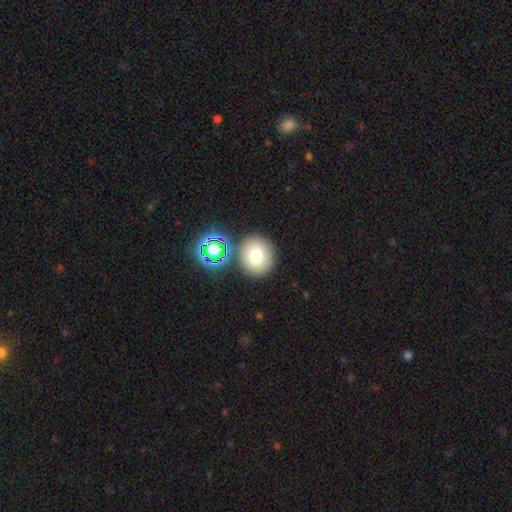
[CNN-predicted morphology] A smooth galaxy with no disk features (72%) that is round (76%).

Vote fractions:
- Smooth or featured? smooth: 72% / star or artifact: 15% / featured or disk: 13%
- How rounded? round: 76% / in between: 23% / cigar-shaped: 1%
- Merging? none: 81% / minor disturbance: 8% / merger: 8% / major disturbance: 3%